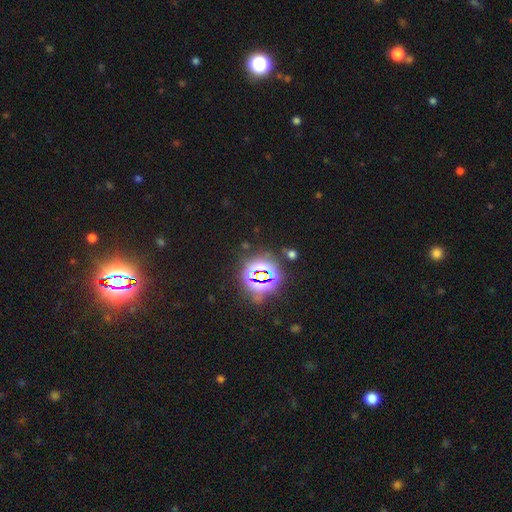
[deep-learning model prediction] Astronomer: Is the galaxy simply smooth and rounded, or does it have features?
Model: star or artifact — 84%.